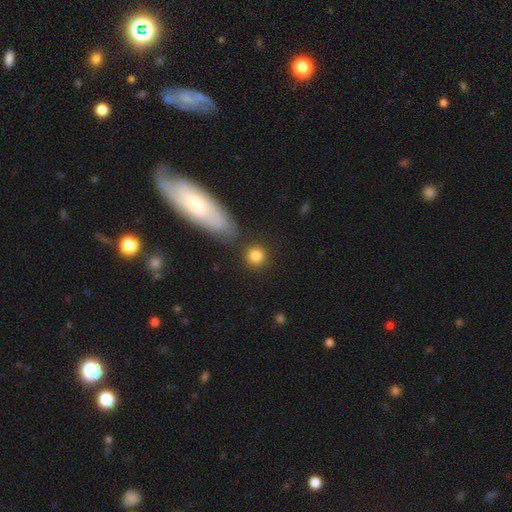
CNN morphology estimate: smooth 84%, star or artifact 9%, featured or disk 7%. Down the decision tree: how rounded — round (91%); merging — none (82%).